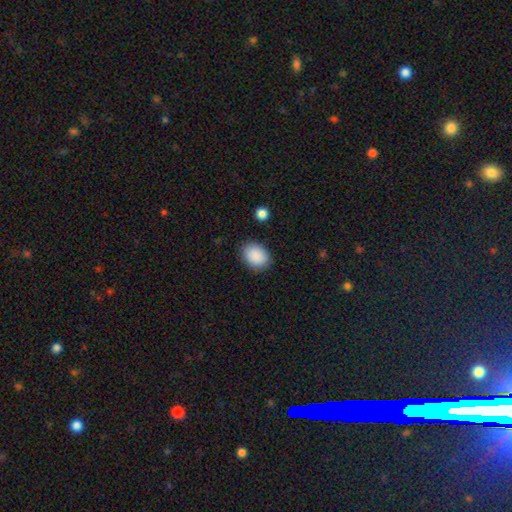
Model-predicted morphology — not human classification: smooth-or-featured: smooth: 90% | star or artifact: 7% | featured or disk: 3%
  how-rounded: in between: 72% | round: 27% | cigar-shaped: 1%
  merging: none: 86% | minor disturbance: 10% | major disturbance: 3% | merger: 1%